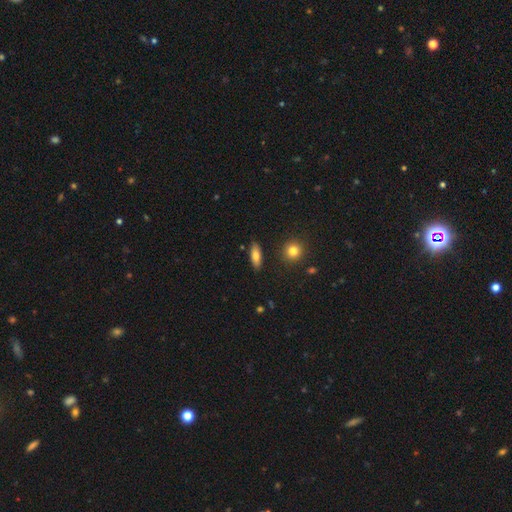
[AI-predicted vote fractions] Overall: smooth (76%). How rounded: in between (65%; cigar-shaped 30%). Merging: none (88%).